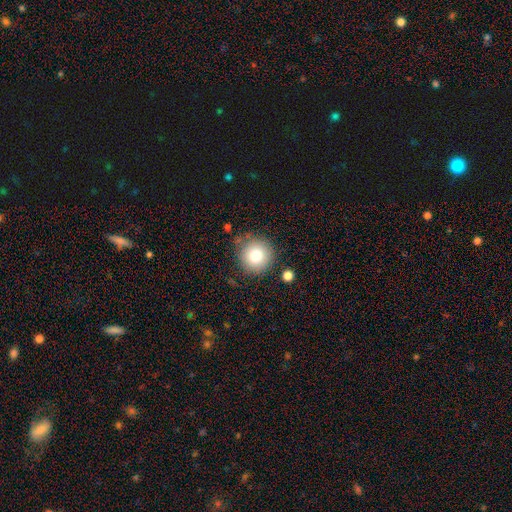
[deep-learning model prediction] Morphology: type=smooth (77%); roundness=round (94%); merging=none (82%).